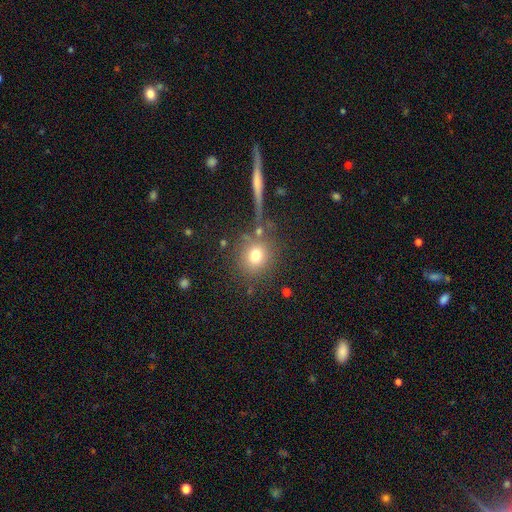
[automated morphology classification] type=smooth (75%); roundness=round (85%); merging=none (73%).